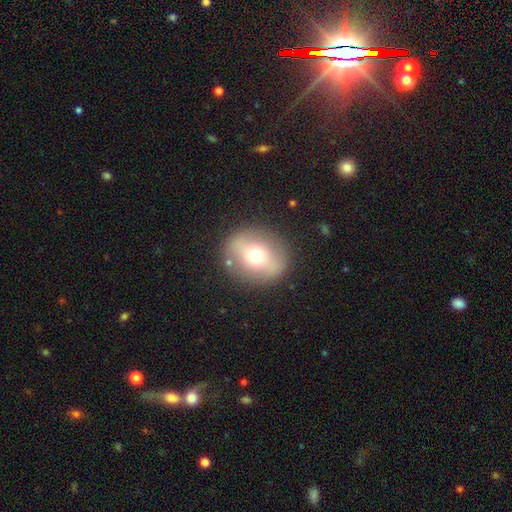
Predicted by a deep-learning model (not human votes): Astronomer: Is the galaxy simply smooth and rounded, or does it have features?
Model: smooth — 56% (runner-up: featured or disk, 34%).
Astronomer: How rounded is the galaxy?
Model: round — 79%.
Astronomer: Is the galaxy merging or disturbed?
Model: none — 85%.